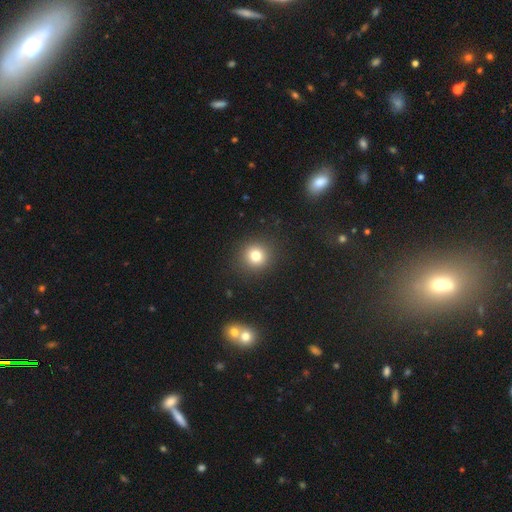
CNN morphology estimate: Overall: smooth (78%). How rounded: round (92%). Merging: none (90%).